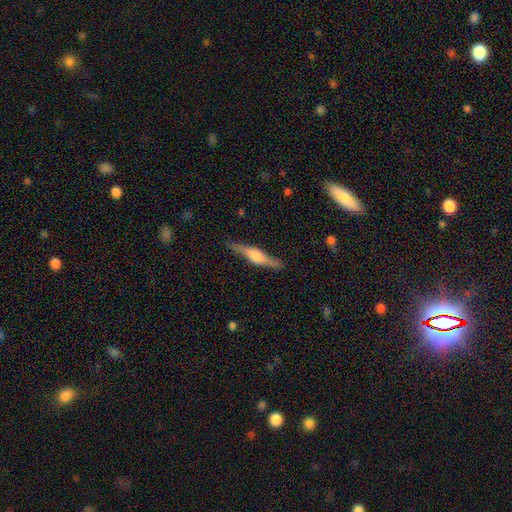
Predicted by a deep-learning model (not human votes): smooth_or_featured: featured or disk (p=0.64) [alt: smooth p=0.30]
disk_edge_on: yes (p=0.95) [alt: no p=0.05]
edge_on_bulge: rounded (p=0.72) [alt: boxy p=0.23]
merging: none (p=0.85) [alt: minor disturbance p=0.11]